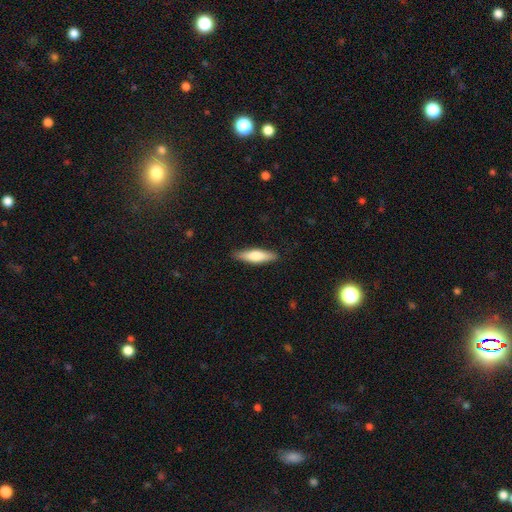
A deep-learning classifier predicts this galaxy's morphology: This is likely a smooth galaxy (67%). How rounded: likely cigar-shaped (67%). Merging: clearly none (88%).